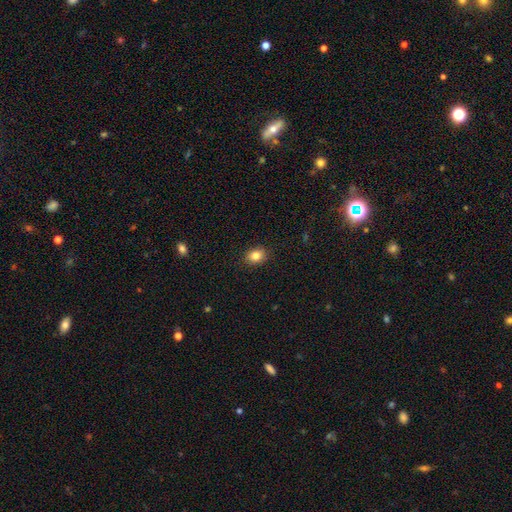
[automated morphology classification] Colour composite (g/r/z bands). It shows a smooth galaxy with no disk features (84%) that is in between round and cigar-shaped (56%). Merging: none (88%).